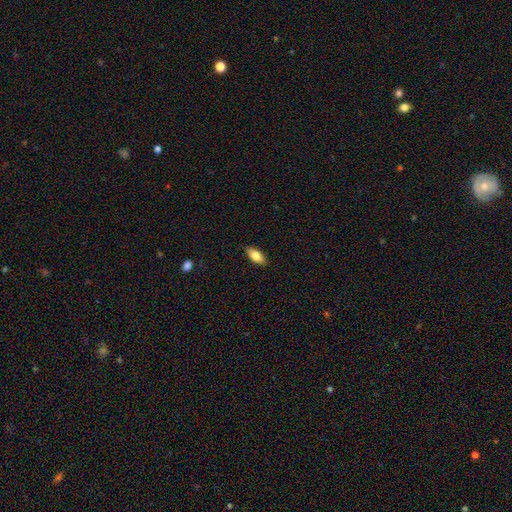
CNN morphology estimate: Smooth or featured?
  - smooth: 78% *
  - featured or disk: 15%
  - star or artifact: 7%
How rounded?
  - in between: 86% *
  - cigar-shaped: 11%
  - round: 3%
Merging?
  - none: 87% *
  - minor disturbance: 10%
  - major disturbance: 2%
  - merger: 1%